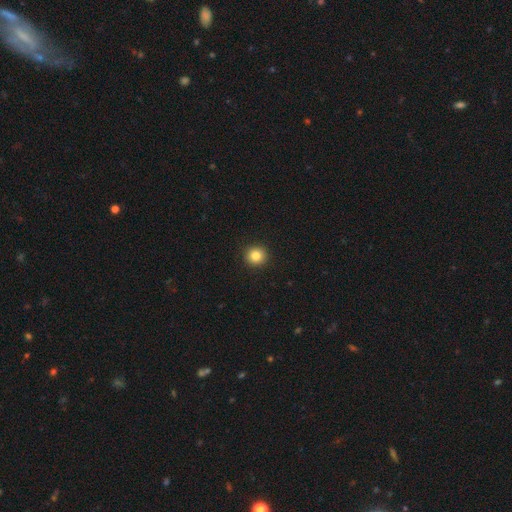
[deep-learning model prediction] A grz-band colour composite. It shows a smooth galaxy with no disk features (83%) that is round (93%). Merging: none (93%).